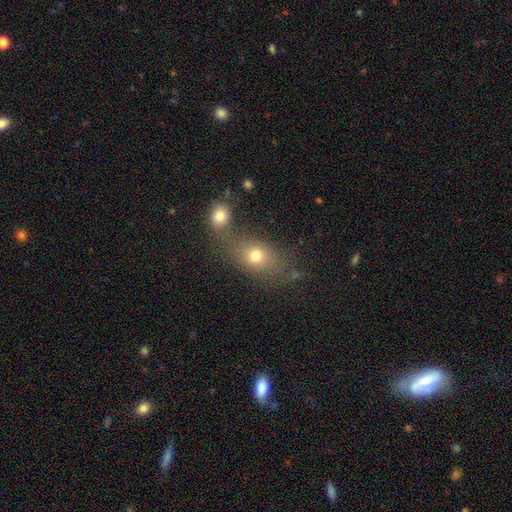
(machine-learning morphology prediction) Overall: smooth (72%). How rounded: in between (54%; round 43%). Merging: none (45%; merger 39%).